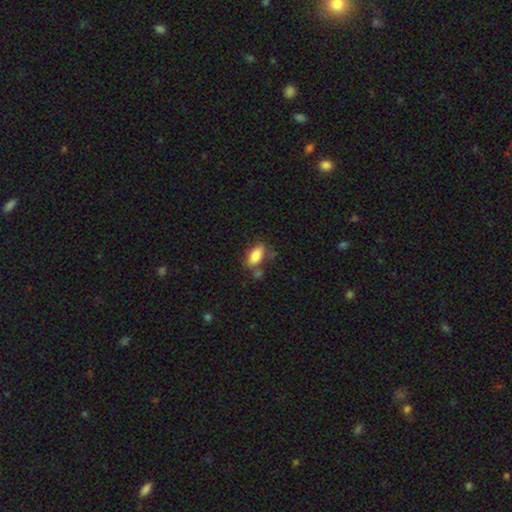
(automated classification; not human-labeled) This appears to be a smooth galaxy with no disk features (81%) that is in between round and cigar-shaped (87%). Merging: none (65%).